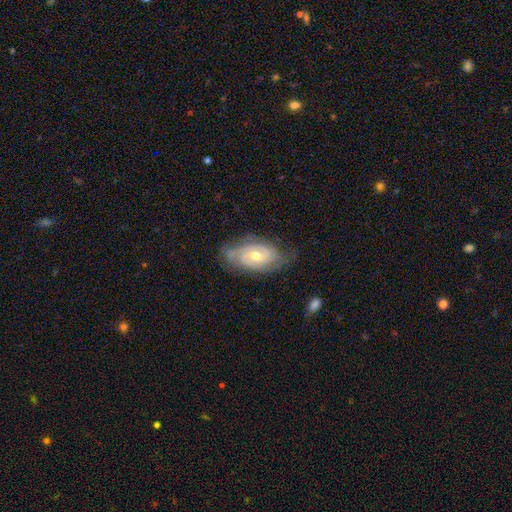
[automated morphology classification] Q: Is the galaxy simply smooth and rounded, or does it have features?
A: featured or disk — 80%.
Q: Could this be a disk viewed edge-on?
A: no — 95%.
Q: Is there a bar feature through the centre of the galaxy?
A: no — 57%.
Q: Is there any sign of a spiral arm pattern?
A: yes — 90%.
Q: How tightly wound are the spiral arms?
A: tight — 56%.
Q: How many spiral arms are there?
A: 2 — 59%.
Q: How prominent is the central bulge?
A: moderate — 68%.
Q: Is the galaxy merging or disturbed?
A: none — 65%.